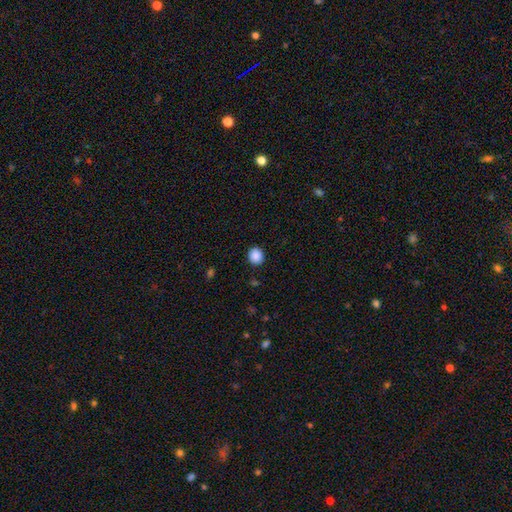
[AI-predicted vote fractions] Smooth or featured?
  - smooth: 89% *
  - star or artifact: 9%
  - featured or disk: 3%
How rounded?
  - round: 83% *
  - in between: 16%
  - cigar-shaped: 1%
Merging?
  - none: 91% *
  - minor disturbance: 6%
  - major disturbance: 2%
  - merger: 1%